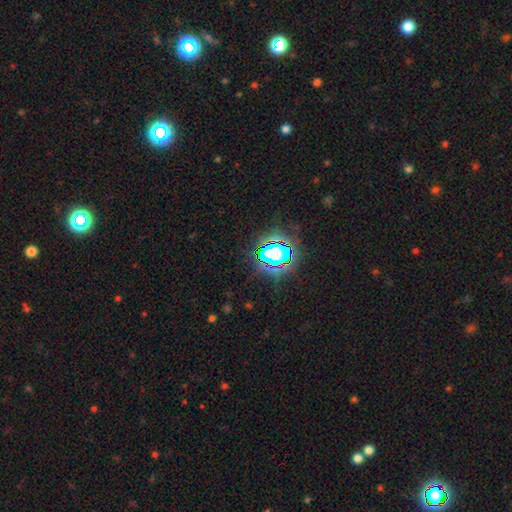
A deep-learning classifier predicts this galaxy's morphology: Q: Smooth or featured?
A: star or artifact (82%); runner-up: smooth (12%)